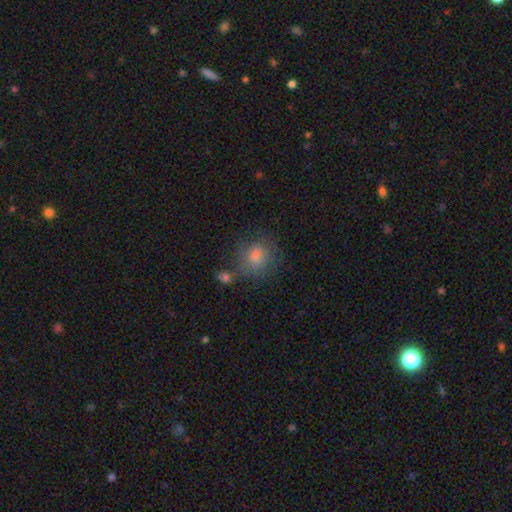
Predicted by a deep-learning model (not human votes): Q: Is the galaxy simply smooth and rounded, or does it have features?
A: smooth — 72%.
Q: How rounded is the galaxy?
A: round — 75%.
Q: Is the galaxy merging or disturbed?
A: none — 66%.